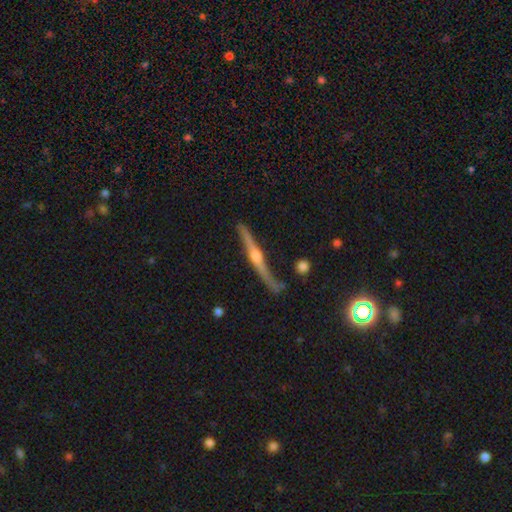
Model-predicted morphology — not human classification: smooth_or_featured: featured or disk (p=0.82) [alt: smooth p=0.12]
disk_edge_on: yes (p=0.96) [alt: no p=0.04]
edge_on_bulge: rounded (p=0.88) [alt: none p=0.06]
merging: none (p=0.74) [alt: minor disturbance p=0.16]